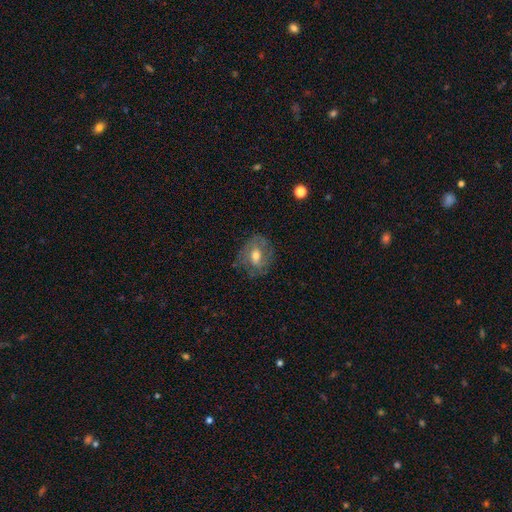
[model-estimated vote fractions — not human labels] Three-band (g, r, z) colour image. It shows a featured or disk galaxy (61%) with a weak bar (44%), spiral arms (72%) and a moderate central bulge (71%). Merging: none (69%).